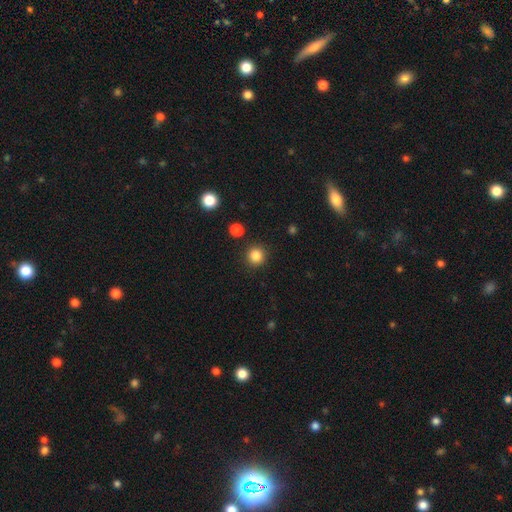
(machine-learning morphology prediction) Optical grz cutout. It shows a smooth galaxy with no disk features (85%) that is round (94%). Merging: none (91%).